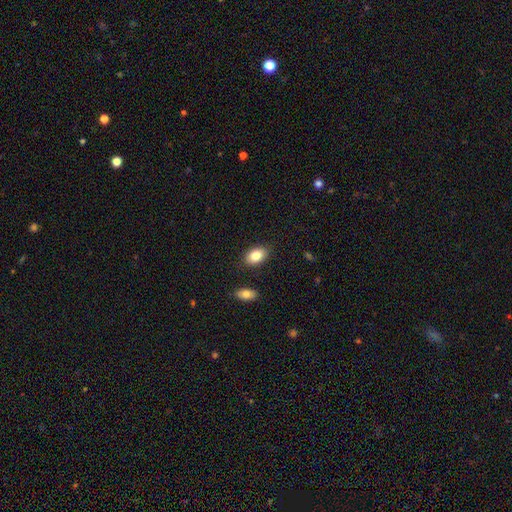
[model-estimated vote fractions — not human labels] This is clearly a smooth galaxy (82%). How rounded: clearly in between (89%). Merging: clearly none (85%).